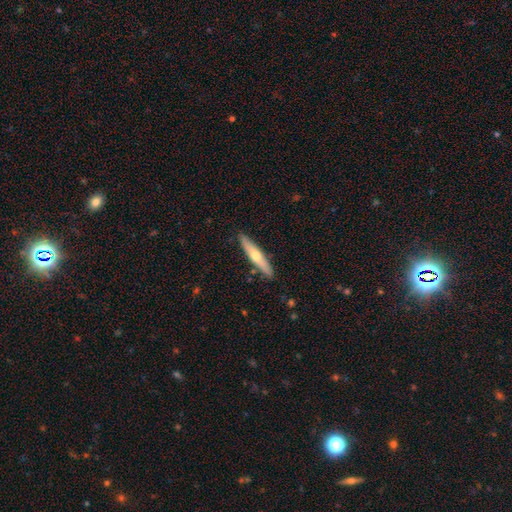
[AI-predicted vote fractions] Overall: smooth (51%; featured or disk 44%). How rounded: cigar-shaped (87%). Merging: none (89%).